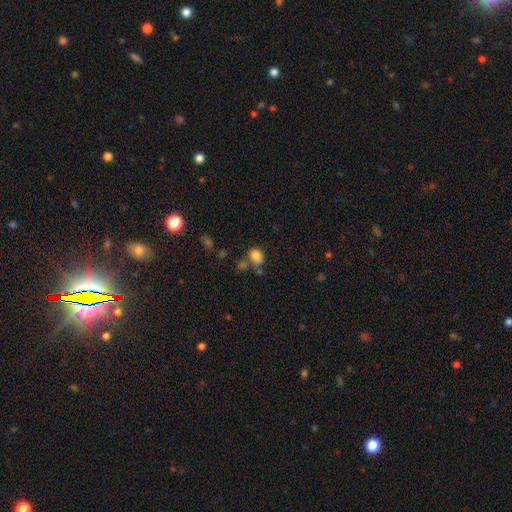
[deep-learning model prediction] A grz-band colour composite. It shows a smooth galaxy with no disk features (80%) that is round (51%). Merging: none (49%).